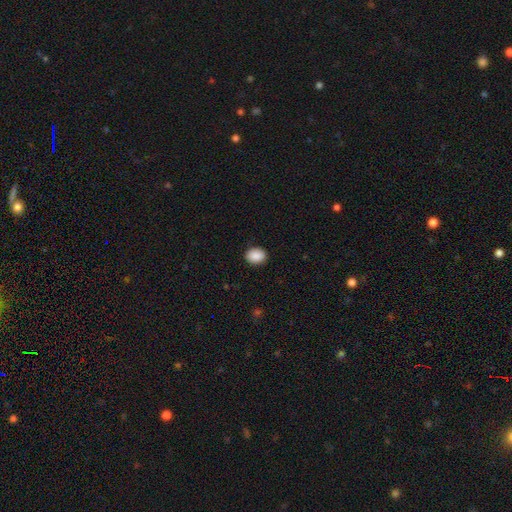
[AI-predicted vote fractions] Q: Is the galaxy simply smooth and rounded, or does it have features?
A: smooth — 90%.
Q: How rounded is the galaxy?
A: in between — 59%.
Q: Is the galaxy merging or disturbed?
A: none — 89%.